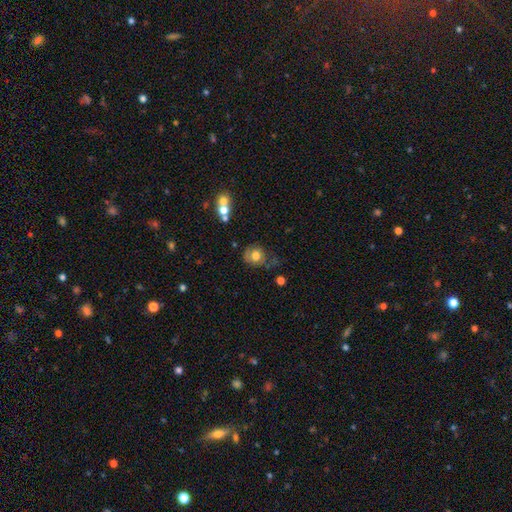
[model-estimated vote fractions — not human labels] Morphology: type=smooth (70%); roundness=round (68%); merging=none (48%).